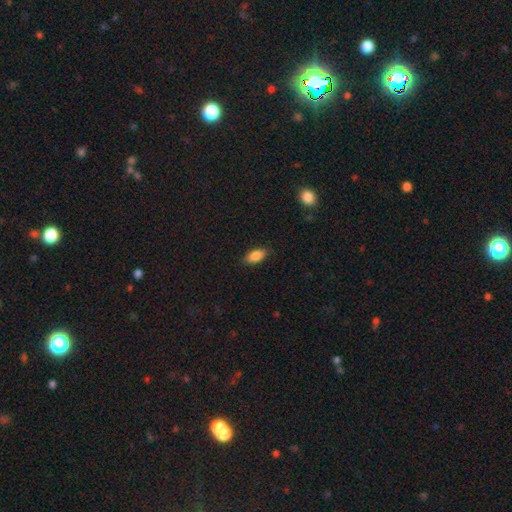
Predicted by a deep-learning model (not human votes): Smooth or featured?
  - smooth: 86% *
  - star or artifact: 7%
  - featured or disk: 7%
How rounded?
  - in between: 88% *
  - cigar-shaped: 8%
  - round: 3%
Merging?
  - none: 85% *
  - minor disturbance: 12%
  - major disturbance: 2%
  - merger: 1%